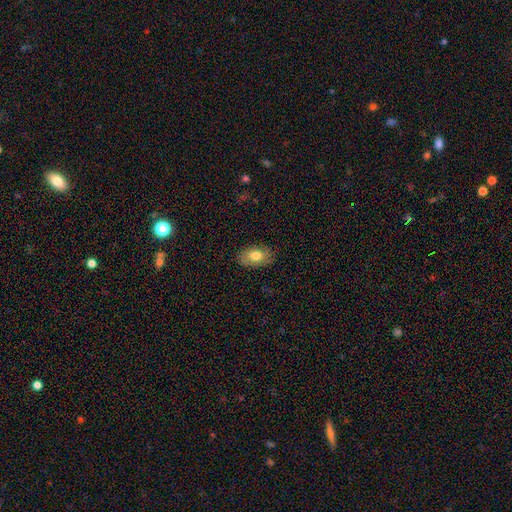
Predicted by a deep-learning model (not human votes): Smooth or featured: smooth — 75% (featured or disk — 17%)
How rounded: in between — 91% (round — 7%)
Merging: none — 84% (minor disturbance — 12%)